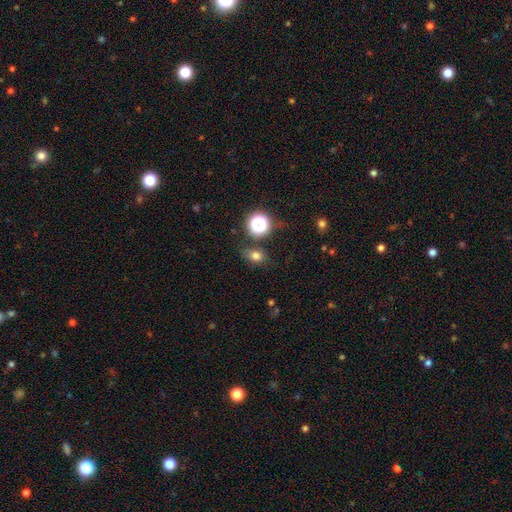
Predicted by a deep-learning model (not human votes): The model was most divided on "how rounded": in between: 58%, round: 40%, cigar-shaped: 2%. More confident: merging — none (76%); smooth or featured — smooth (73%).